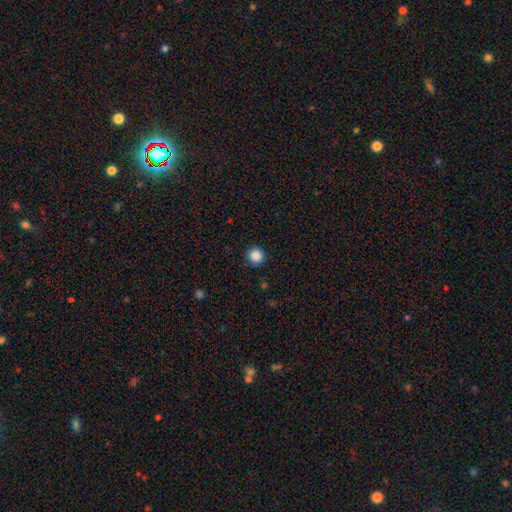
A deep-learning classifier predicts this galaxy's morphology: A smooth galaxy with no disk features (87%) that is round (95%). Merging: none (92%).